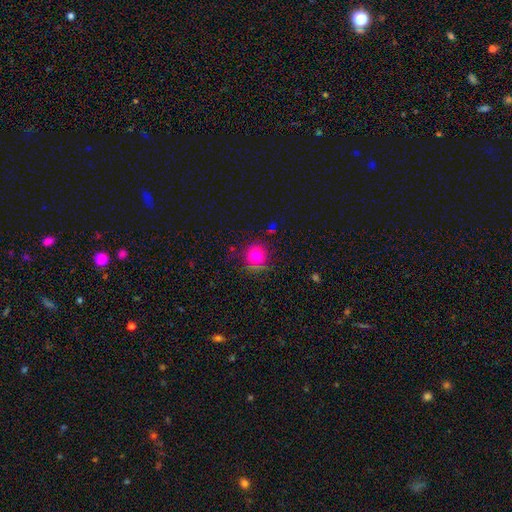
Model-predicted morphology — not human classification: type=smooth (79%); roundness=round (90%); merging=none (76%).